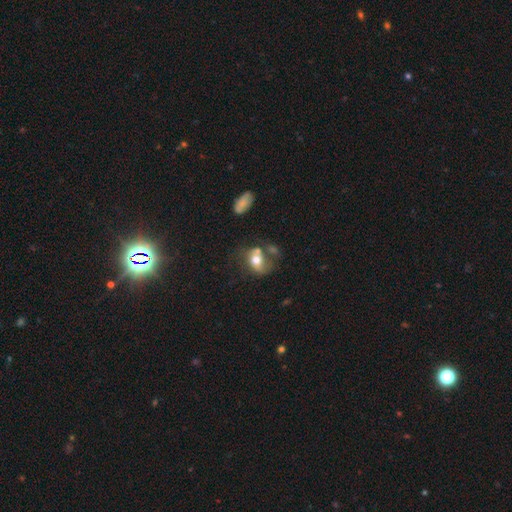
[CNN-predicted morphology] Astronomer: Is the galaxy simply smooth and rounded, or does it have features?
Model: smooth — 53% (runner-up: featured or disk, 38%).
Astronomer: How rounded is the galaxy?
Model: in between — 60% (runner-up: round, 38%).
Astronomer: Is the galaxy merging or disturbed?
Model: none — 35% (runner-up: merger, 27%).